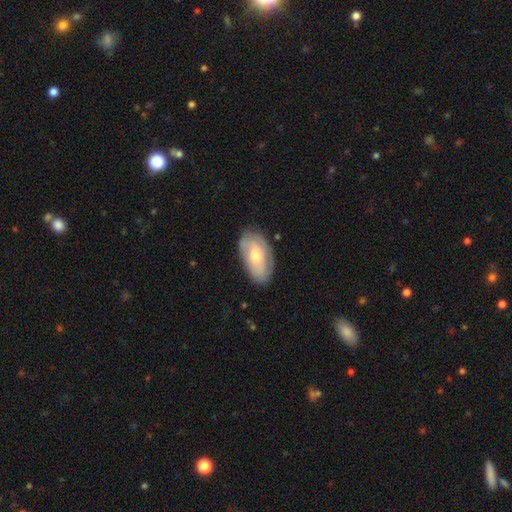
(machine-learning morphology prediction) Q: Smooth or featured?
A: smooth (48%); runner-up: featured or disk (45%)
Q: Merging?
A: none (74%); runner-up: minor disturbance (20%)